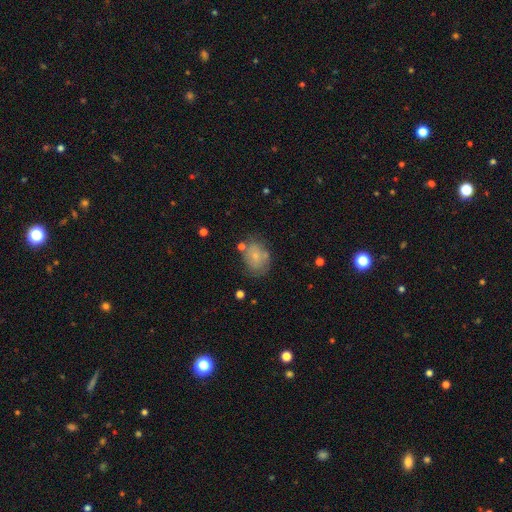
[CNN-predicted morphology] Smooth or featured? smooth (66%)
How rounded? in between (63%)
Merging? none (61%)